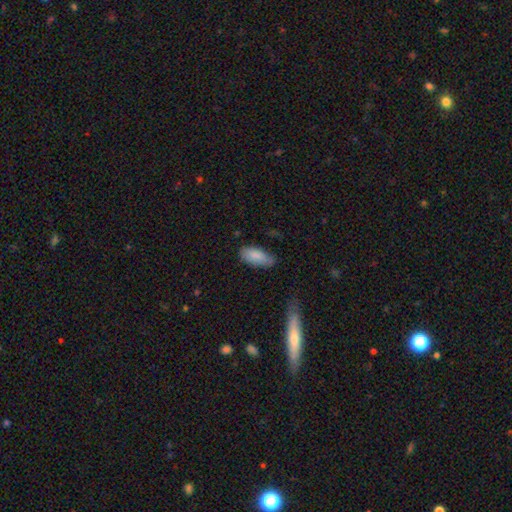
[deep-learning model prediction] Q: Smooth or featured?
A: smooth (86%); runner-up: featured or disk (8%)
Q: How rounded?
A: in between (87%); runner-up: cigar-shaped (11%)
Q: Merging?
A: none (63%); runner-up: minor disturbance (29%)